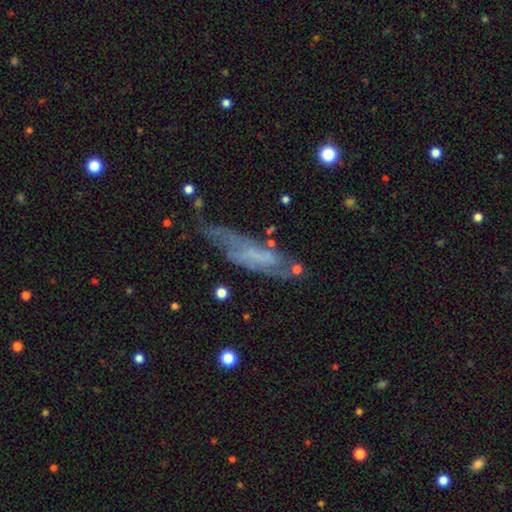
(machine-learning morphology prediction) Q: Smooth or featured?
A: featured or disk (56%); runner-up: smooth (34%)
Q: Edge-on disk?
A: no (63%); runner-up: yes (37%)
Q: Merging?
A: none (49%); runner-up: minor disturbance (29%)